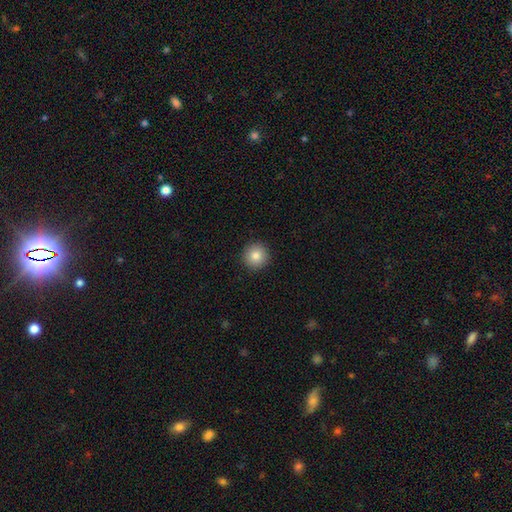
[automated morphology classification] smooth 84%, star or artifact 9%, featured or disk 6%. Down the decision tree: how rounded — round (95%); merging — none (92%).